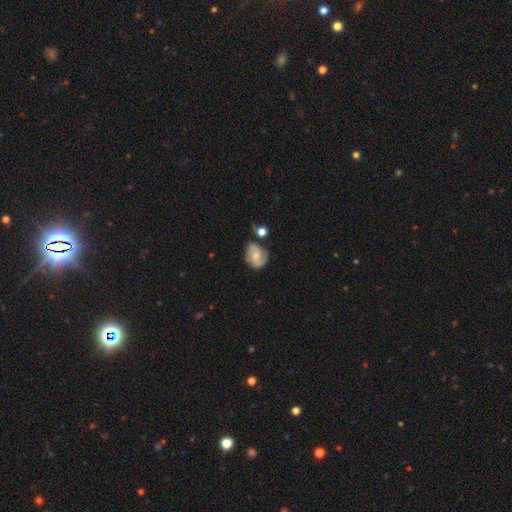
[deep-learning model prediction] Q: Smooth or featured?
A: featured or disk (56%); runner-up: smooth (36%)
Q: Edge-on disk?
A: no (97%); runner-up: yes (3%)
Q: Bar?
A: no (59%); runner-up: weak (34%)
Q: Spiral arms?
A: yes (85%); runner-up: no (15%)
Q: Bulge size?
A: small (46%); runner-up: moderate (45%)
Q: Merging?
A: none (55%); runner-up: minor disturbance (27%)